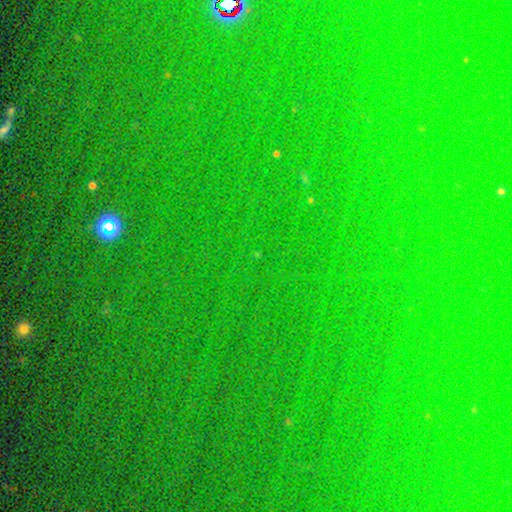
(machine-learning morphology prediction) This is likely a star or artifact rather than a galaxy (78%).